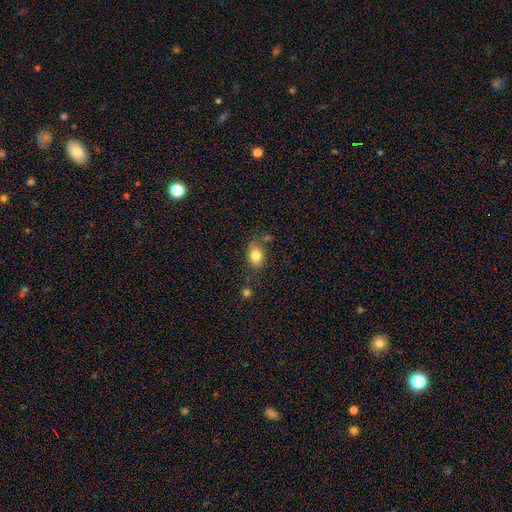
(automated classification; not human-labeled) Smooth or featured?
  - smooth: 82% *
  - featured or disk: 9%
  - star or artifact: 9%
How rounded?
  - in between: 74% *
  - round: 25%
  - cigar-shaped: 1%
Merging?
  - none: 70% *
  - minor disturbance: 18%
  - merger: 7%
  - major disturbance: 5%